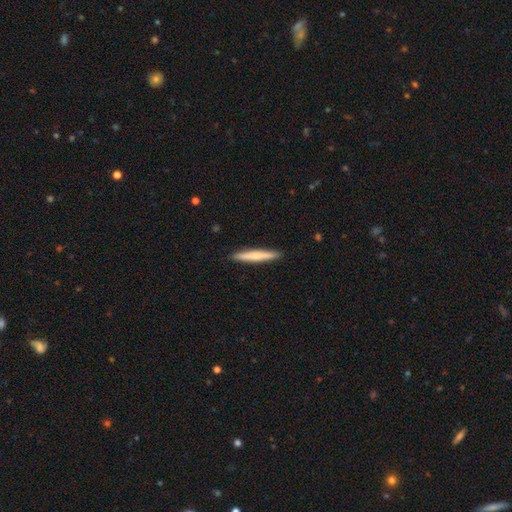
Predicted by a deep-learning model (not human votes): Overall: smooth (60%; featured or disk 35%). How rounded: cigar-shaped (95%). Merging: none (91%).